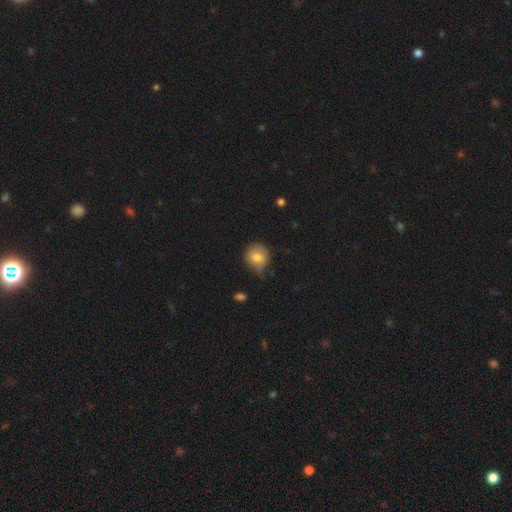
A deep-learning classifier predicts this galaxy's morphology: type=smooth (76%); roundness=round (81%); merging=none (60%).